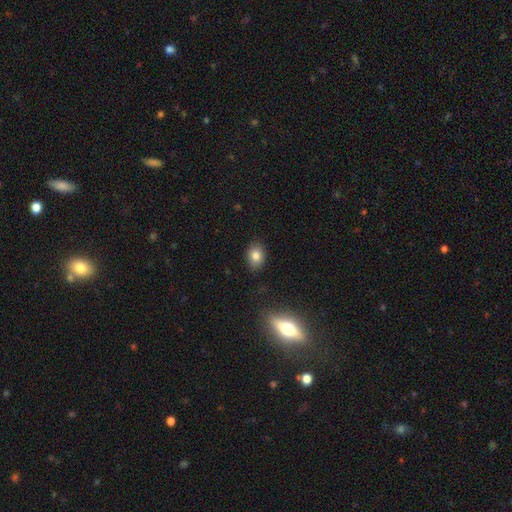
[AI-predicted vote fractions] smooth_or_featured: smooth (p=0.81) [alt: star or artifact p=0.10]
how_rounded: in between (p=0.66) [alt: round p=0.33]
merging: none (p=0.86) [alt: minor disturbance p=0.10]